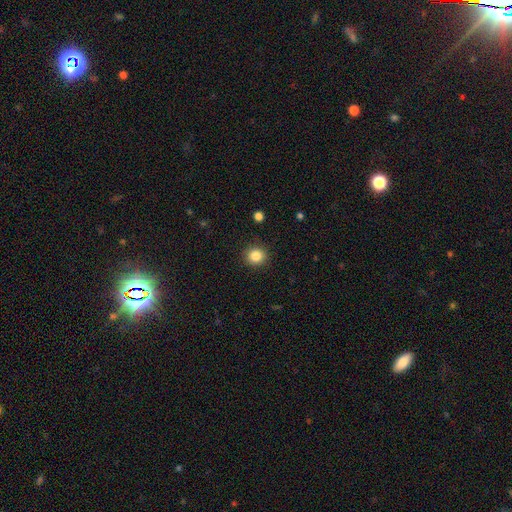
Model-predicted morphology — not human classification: A smooth galaxy with no disk features (85%) that is round (89%). Merging: none (90%).